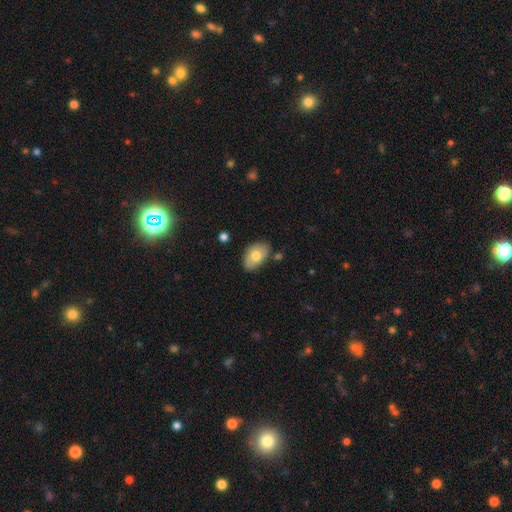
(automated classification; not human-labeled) smooth-or-featured: smooth: 72% | featured or disk: 22% | star or artifact: 6%
  how-rounded: in between: 92% | round: 7% | cigar-shaped: 1%
  merging: none: 73% | minor disturbance: 19% | merger: 4% | major disturbance: 3%